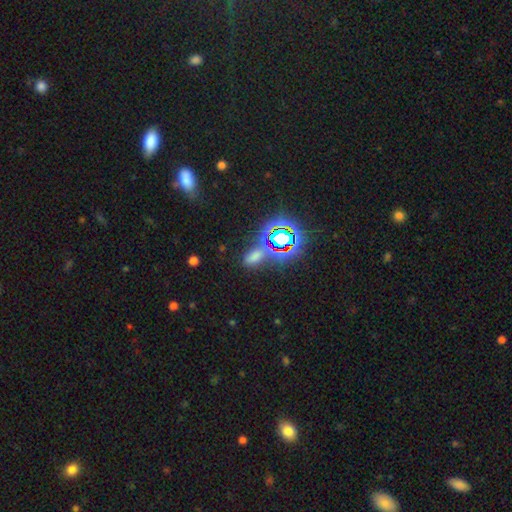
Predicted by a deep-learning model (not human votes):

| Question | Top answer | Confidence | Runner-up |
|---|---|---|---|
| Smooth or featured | star or artifact | 47% | smooth (44%) |